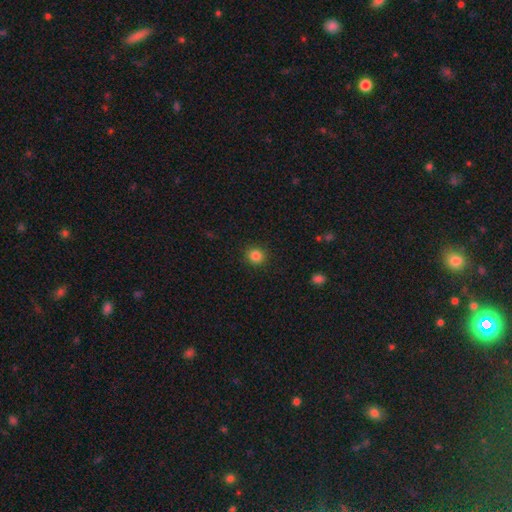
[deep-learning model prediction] The model was most divided on "smooth or featured": smooth: 85%, star or artifact: 11%, featured or disk: 4%. More confident: merging — none (91%); how rounded — round (89%).